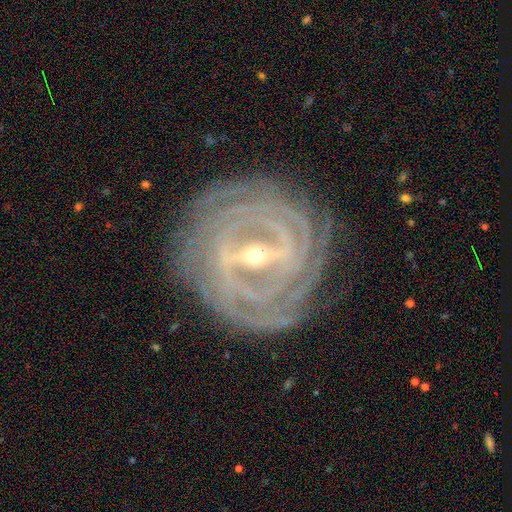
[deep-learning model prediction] Smooth or featured: featured or disk — 92% (star or artifact — 4%)
Edge-on disk: no — 93% (yes — 7%)
Bar: strong — 75% (weak — 18%)
Spiral arms: yes — 96% (no — 4%)
Spiral winding: tight — 85% (medium — 12%)
Spiral arm count: 4 — 27% (can't tell — 23%)
Bulge size: small — 70% (moderate — 27%)
Merging: none — 83% (minor disturbance — 12%)